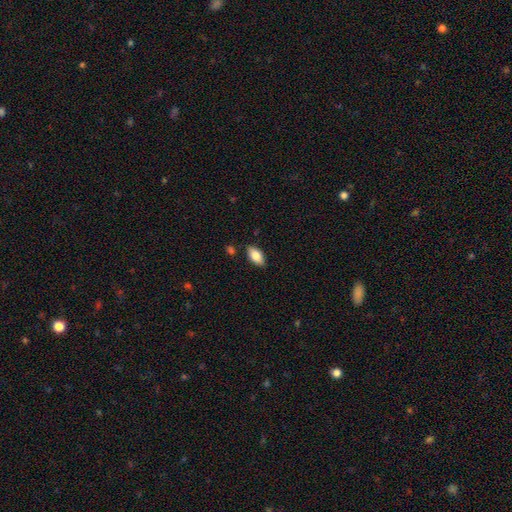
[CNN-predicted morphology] Smooth or featured?
  - smooth: 82% *
  - featured or disk: 11%
  - star or artifact: 7%
How rounded?
  - in between: 92% *
  - cigar-shaped: 5%
  - round: 3%
Merging?
  - none: 85% *
  - minor disturbance: 10%
  - major disturbance: 2%
  - merger: 2%